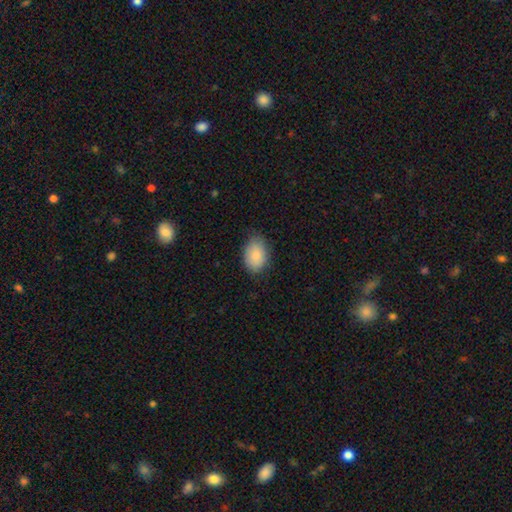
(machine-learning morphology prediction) This appears to be a smooth galaxy with no disk features (86%) that is in between round and cigar-shaped (84%). Merging: none (76%).